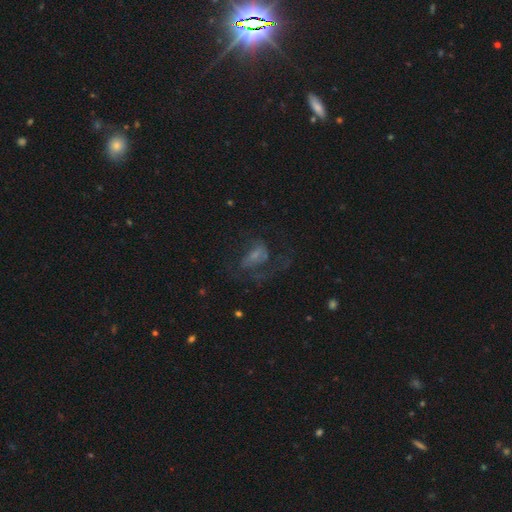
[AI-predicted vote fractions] This is possibly a featured or disk galaxy (55%). It is clearly not viewed edge-on (96%). Bar: possibly no (48%). Spiral arm pattern: likely yes (67%). Central bulge: marginally small (40%). Merging: possibly major disturbance (47%).